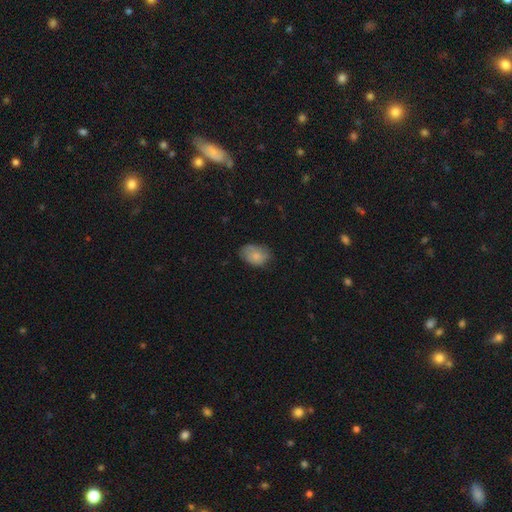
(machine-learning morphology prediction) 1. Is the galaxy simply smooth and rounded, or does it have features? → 79% smooth, 13% featured or disk, 8% star or artifact.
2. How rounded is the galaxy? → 85% in between, 14% round, 1% cigar-shaped.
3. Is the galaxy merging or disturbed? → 63% none, 28% minor disturbance, 7% major disturbance, 1% merger.